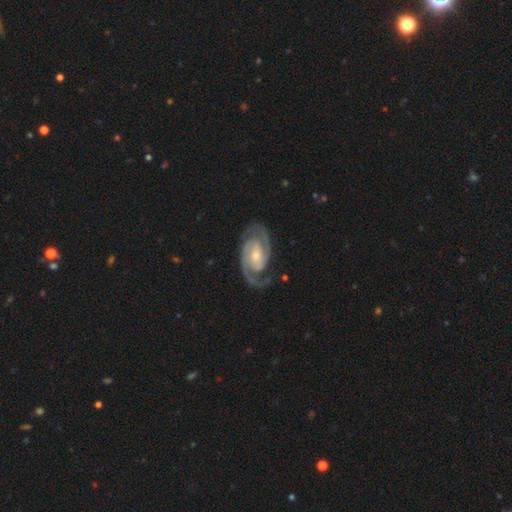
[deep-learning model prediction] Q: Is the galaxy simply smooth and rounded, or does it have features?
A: featured or disk — 92%.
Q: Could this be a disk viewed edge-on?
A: no — 97%.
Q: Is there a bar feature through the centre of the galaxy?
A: no — 44%.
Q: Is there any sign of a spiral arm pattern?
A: yes — 98%.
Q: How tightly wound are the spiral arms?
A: tight — 51%.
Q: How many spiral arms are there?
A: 2 — 91%.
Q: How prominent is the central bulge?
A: small — 48%.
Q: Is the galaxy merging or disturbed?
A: none — 80%.